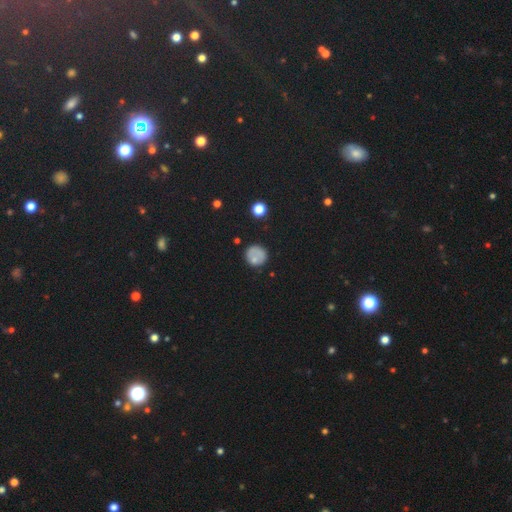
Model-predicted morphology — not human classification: type=smooth (72%); roundness=round (89%); merging=none (74%).